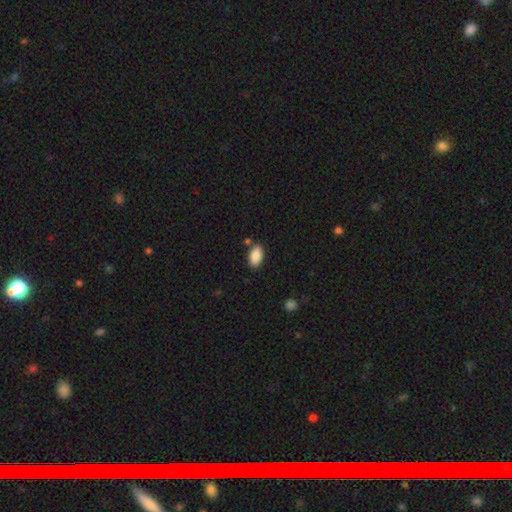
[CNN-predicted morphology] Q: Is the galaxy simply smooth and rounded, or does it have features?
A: smooth — 89%.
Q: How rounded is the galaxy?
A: in between — 94%.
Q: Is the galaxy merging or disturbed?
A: none — 82%.